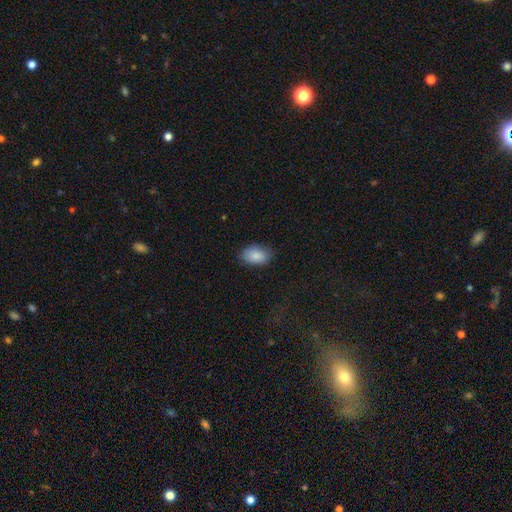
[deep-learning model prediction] A smooth galaxy with no disk features (87%) that is in between round and cigar-shaped (89%). Merging: none (79%).